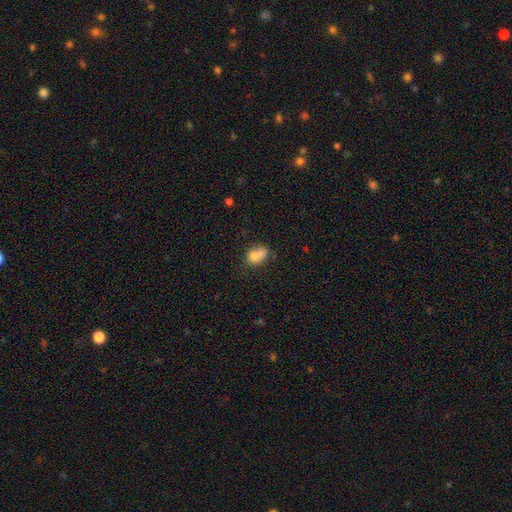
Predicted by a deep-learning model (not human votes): A smooth galaxy with no disk features (73%) that is in between round and cigar-shaped (51%).

Vote fractions:
- Smooth or featured? smooth: 73% / featured or disk: 16% / star or artifact: 11%
- How rounded? in between: 51% / round: 47% / cigar-shaped: 1%
- Merging? merger: 47% / none: 31% / minor disturbance: 15% / major disturbance: 8%